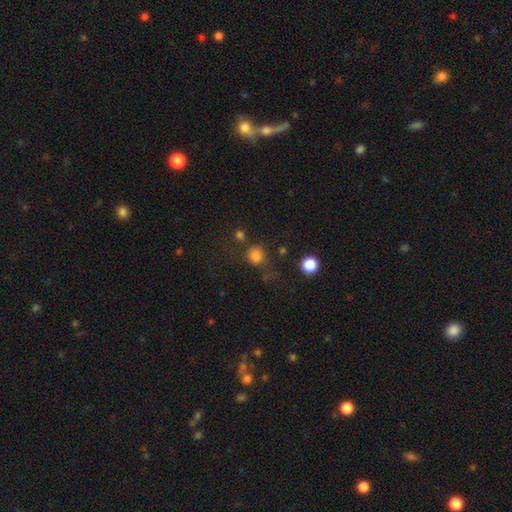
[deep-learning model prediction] smooth 80%, star or artifact 15%, featured or disk 6%. Down the decision tree: how rounded — round (85%); merging — none (65%).